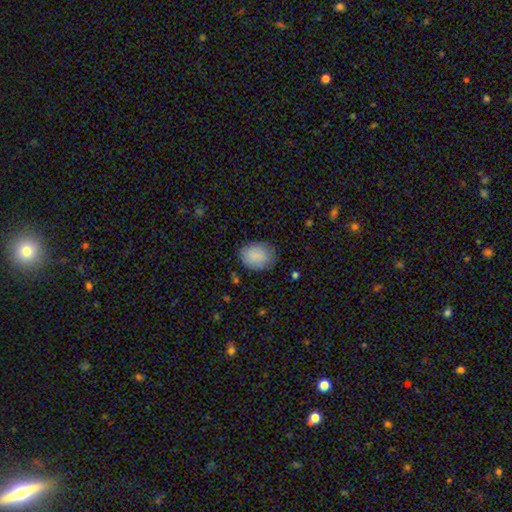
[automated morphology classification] Smooth or featured?
  - smooth: 85% *
  - featured or disk: 8%
  - star or artifact: 7%
How rounded?
  - in between: 51% *
  - round: 48%
  - cigar-shaped: 1%
Merging?
  - none: 76% *
  - minor disturbance: 18%
  - major disturbance: 5%
  - merger: 1%